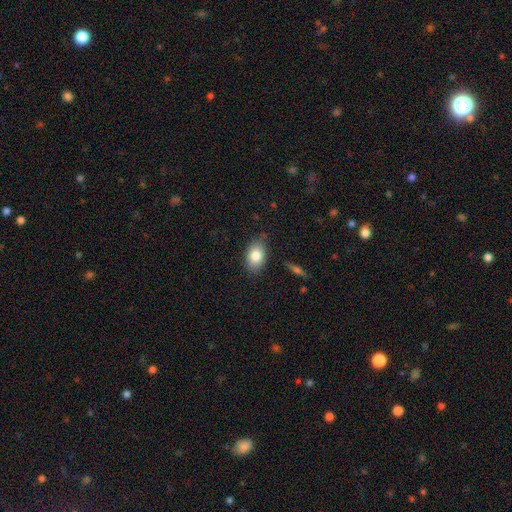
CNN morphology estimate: This is clearly a smooth galaxy (81%). How rounded: clearly in between (84%). Merging: clearly none (81%).